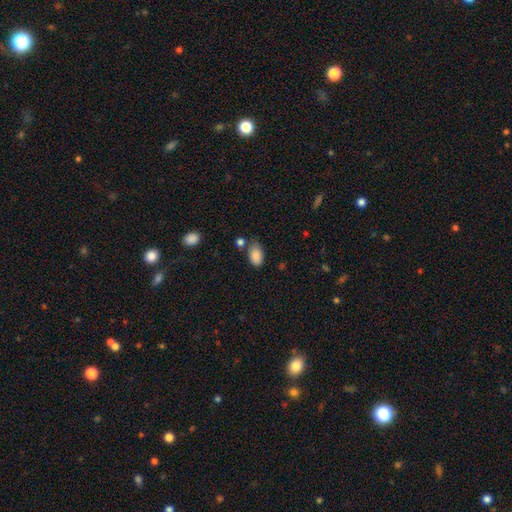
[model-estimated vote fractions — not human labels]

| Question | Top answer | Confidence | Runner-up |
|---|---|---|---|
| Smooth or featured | smooth | 87% | star or artifact (8%) |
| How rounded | in between | 89% | round (9%) |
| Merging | none | 62% | minor disturbance (22%) |